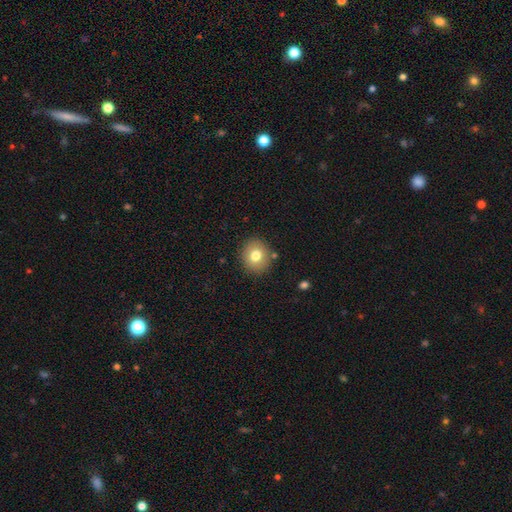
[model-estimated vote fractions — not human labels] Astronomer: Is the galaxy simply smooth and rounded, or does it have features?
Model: smooth — 76%.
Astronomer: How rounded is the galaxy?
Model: round — 83%.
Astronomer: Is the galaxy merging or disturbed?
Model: none — 87%.